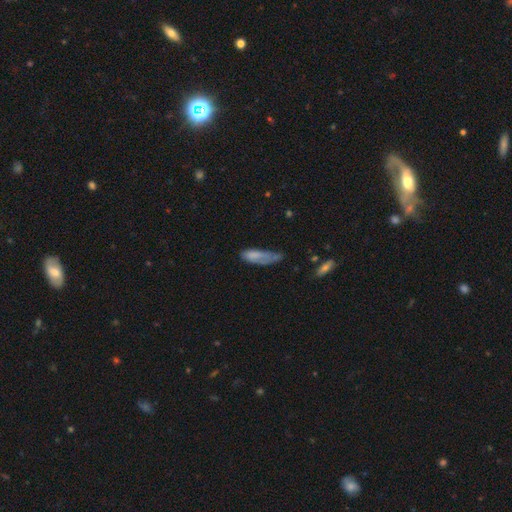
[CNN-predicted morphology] smooth 72%, featured or disk 20%, star or artifact 8%. Down the decision tree: how rounded — in between (56%); merging — minor disturbance (36%).